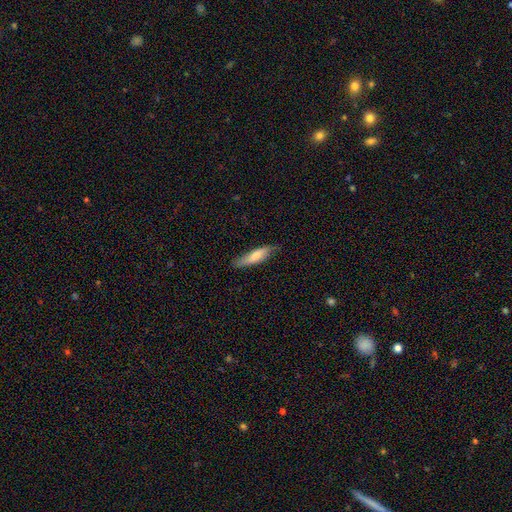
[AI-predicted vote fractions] This is likely a smooth galaxy (70%). How rounded: likely cigar-shaped (75%). Merging: likely none (77%).